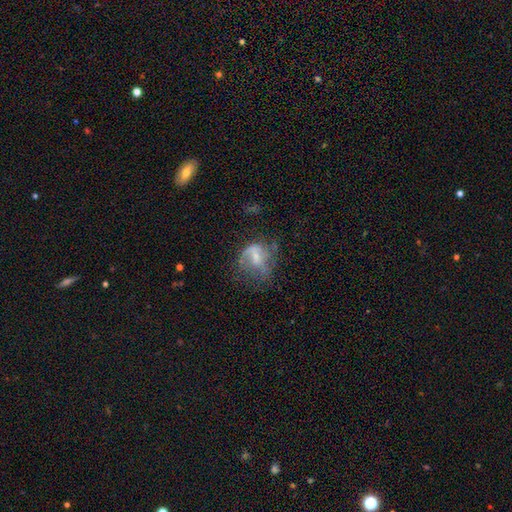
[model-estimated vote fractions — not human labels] smooth-or-featured: featured or disk: 53% | smooth: 35% | star or artifact: 11%
  disk-edge-on: no: 97% | yes: 3%
    bar: no: 47% | weak: 40% | strong: 13%
    has-spiral-arms: yes: 51% | no: 49%
    bulge-size: small: 37% | moderate: 34% | none: 23% | large: 5% | dominant: 1%
  merging: major disturbance: 39% | none: 35% | minor disturbance: 22% | merger: 4%